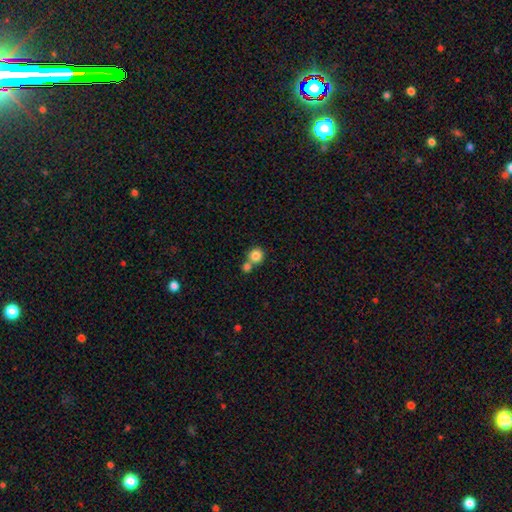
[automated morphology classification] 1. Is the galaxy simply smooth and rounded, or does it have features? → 83% smooth, 10% star or artifact, 7% featured or disk.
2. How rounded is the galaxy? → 91% round, 8% in between, 1% cigar-shaped.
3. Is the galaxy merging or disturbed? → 51% none, 39% merger, 7% minor disturbance, 3% major disturbance.